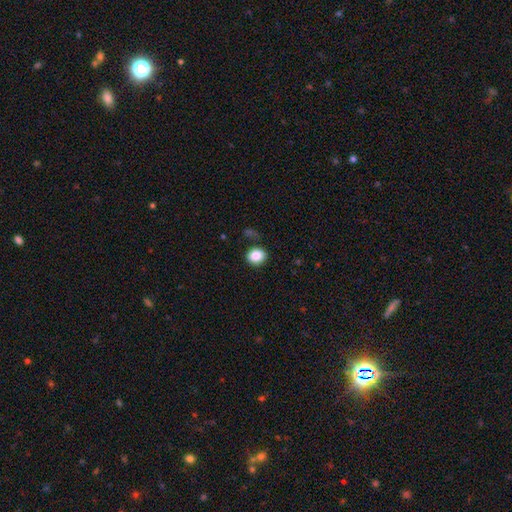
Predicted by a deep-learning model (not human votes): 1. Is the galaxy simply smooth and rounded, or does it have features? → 85% smooth, 10% star or artifact, 5% featured or disk.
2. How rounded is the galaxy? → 73% round, 26% in between, 1% cigar-shaped.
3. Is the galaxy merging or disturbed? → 82% none, 11% minor disturbance, 3% major disturbance, 3% merger.